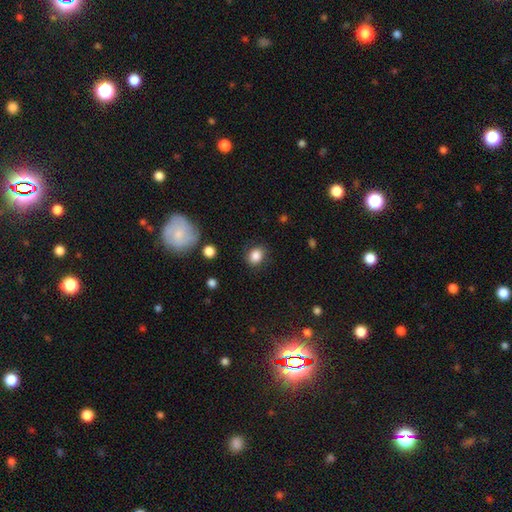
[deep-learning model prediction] Smooth or featured? Predicted: smooth (p=0.85). How rounded? Predicted: round (p=0.51). Merging? Predicted: none (p=0.79).